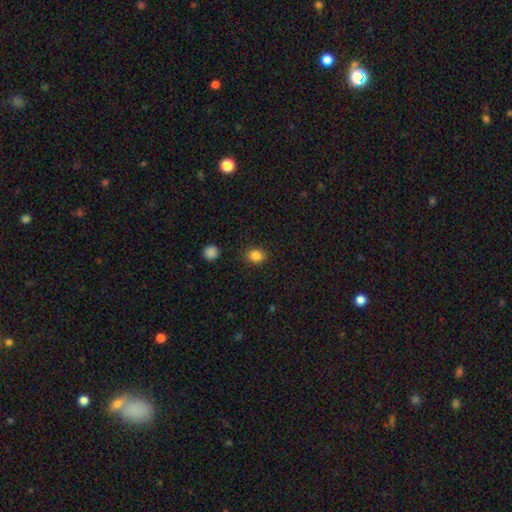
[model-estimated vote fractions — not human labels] Smooth or featured: smooth — 85% (star or artifact — 11%)
How rounded: round — 68% (in between — 31%)
Merging: none — 88% (minor disturbance — 8%)